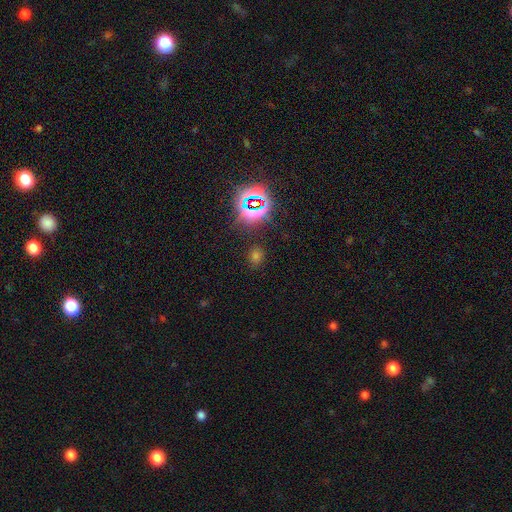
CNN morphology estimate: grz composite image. It shows a smooth galaxy with no disk features (54%) that is round (60%). Merging: none (83%).